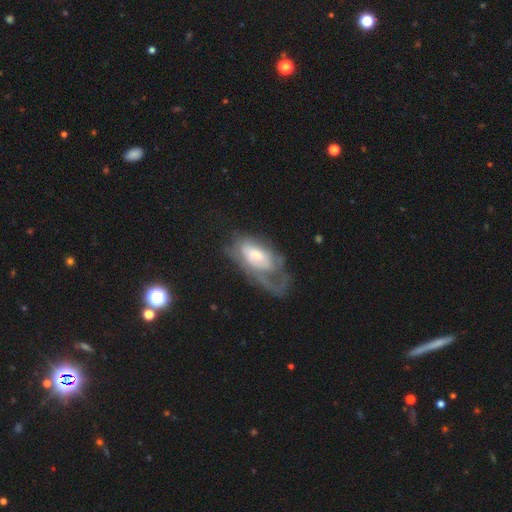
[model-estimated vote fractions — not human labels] This appears to be a featured or disk galaxy (57%) with no bar (69%), spiral arms (59%) and a moderate central bulge (45%). Merging: major disturbance (48%).